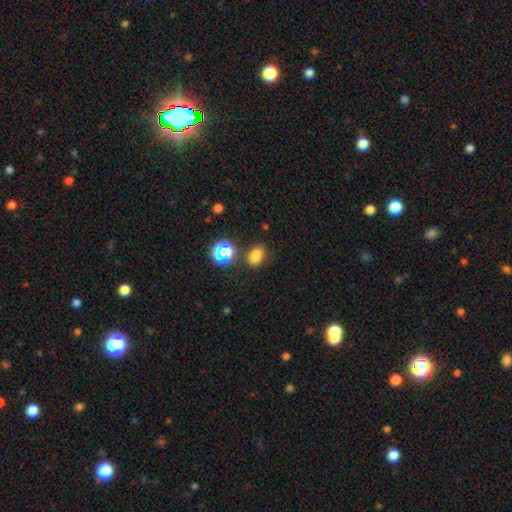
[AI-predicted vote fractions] This appears to be a smooth galaxy with no disk features (75%) that is in between round and cigar-shaped (77%). Merging: none (73%).